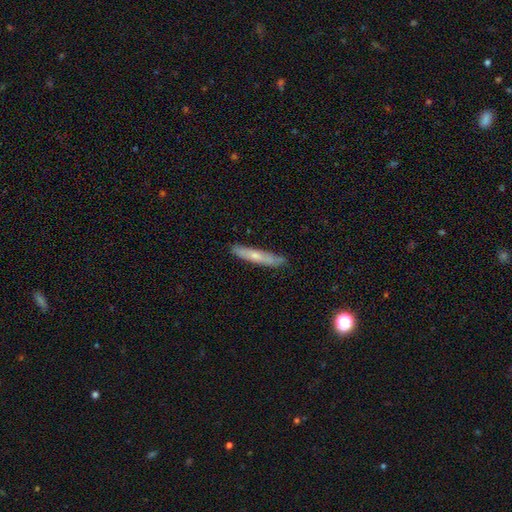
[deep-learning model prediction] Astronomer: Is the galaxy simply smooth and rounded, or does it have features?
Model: smooth — 58% (runner-up: featured or disk, 36%).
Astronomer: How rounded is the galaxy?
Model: cigar-shaped — 92%.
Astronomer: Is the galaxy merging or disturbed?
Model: none — 81%.